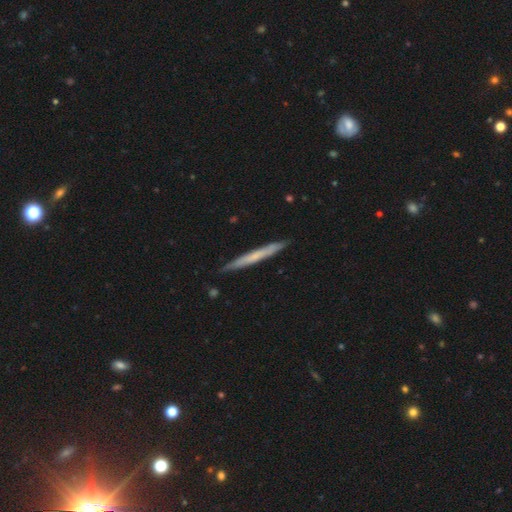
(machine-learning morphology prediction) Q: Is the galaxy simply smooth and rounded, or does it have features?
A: smooth — 50%.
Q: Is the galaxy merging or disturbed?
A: none — 89%.